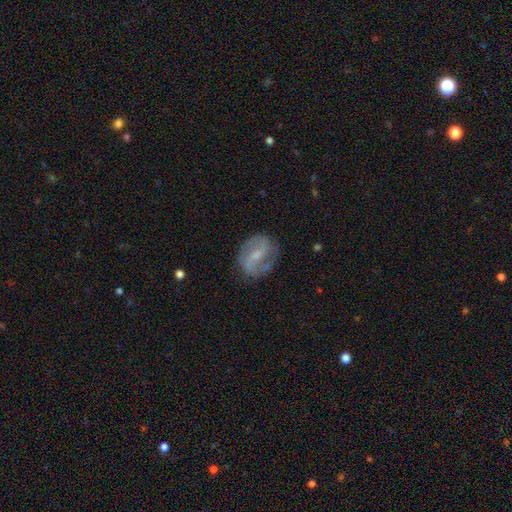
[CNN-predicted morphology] Smooth or featured? featured or disk (78%)
Edge-on disk? no (97%)
Bar? weak (45%)
Spiral arms? yes (90%)
Spiral winding? medium (48%)
Spiral arm count? 2 (85%)
Bulge size? small (57%)
Merging? none (76%)